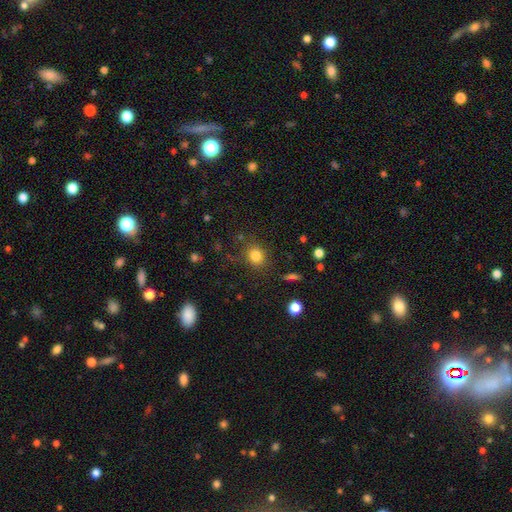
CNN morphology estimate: Smooth or featured?
  - smooth: 82% *
  - star or artifact: 12%
  - featured or disk: 6%
How rounded?
  - round: 75% *
  - in between: 24%
  - cigar-shaped: 1%
Merging?
  - none: 81% *
  - minor disturbance: 12%
  - major disturbance: 5%
  - merger: 3%